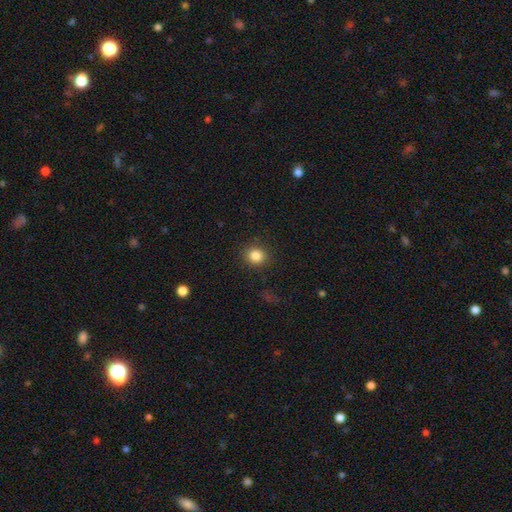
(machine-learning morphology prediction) smooth 85%, star or artifact 10%, featured or disk 4%. Down the decision tree: how rounded — round (83%); merging — none (88%).